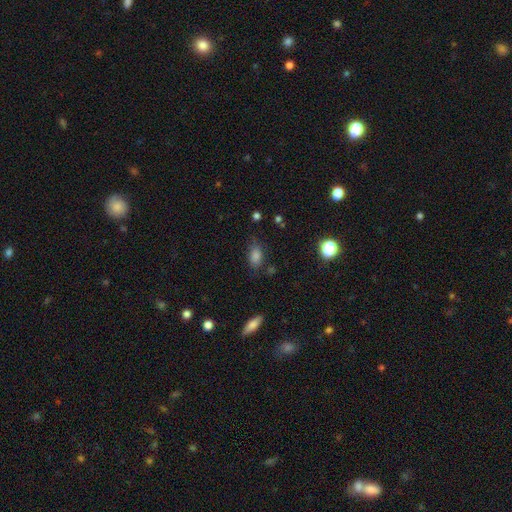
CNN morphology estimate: type=smooth (80%); roundness=in between (85%); merging=none (71%).